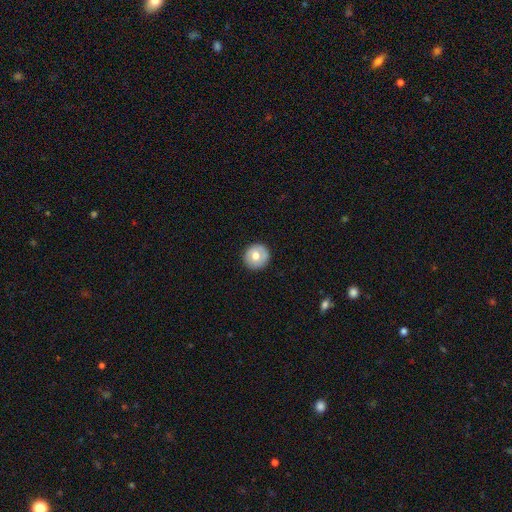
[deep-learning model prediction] Overall: smooth (67%). How rounded: round (94%). Merging: none (89%).